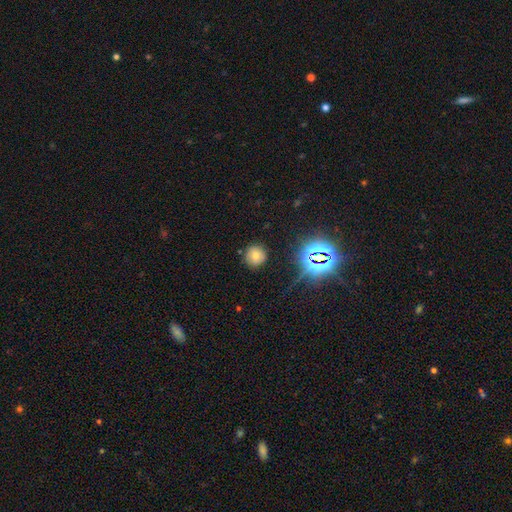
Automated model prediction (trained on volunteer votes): Overall: smooth (61%; star or artifact 25%). How rounded: round (93%). Merging: none (86%).